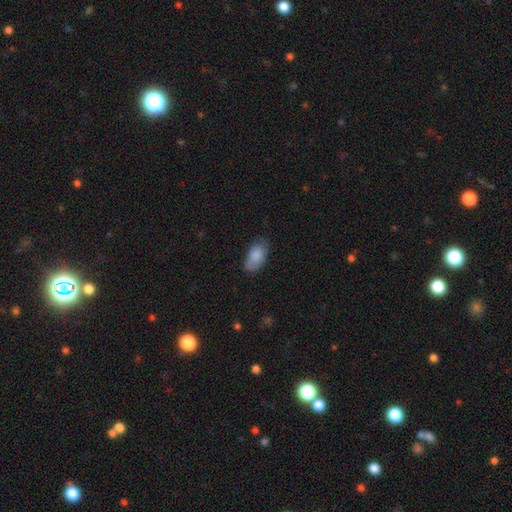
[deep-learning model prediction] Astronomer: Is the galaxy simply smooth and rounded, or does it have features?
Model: smooth — 85%.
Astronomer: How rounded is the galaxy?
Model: in between — 93%.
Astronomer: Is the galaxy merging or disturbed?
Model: none — 68%.